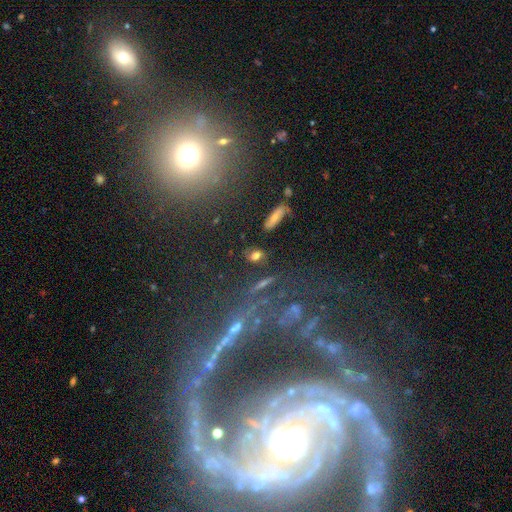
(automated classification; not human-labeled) A smooth galaxy with no disk features (65%) that is in between round and cigar-shaped (63%).

Vote fractions:
- Smooth or featured? smooth: 65% / star or artifact: 20% / featured or disk: 15%
- How rounded? in between: 63% / round: 25% / cigar-shaped: 12%
- Merging? none: 78% / minor disturbance: 13% / major disturbance: 4% / merger: 4%